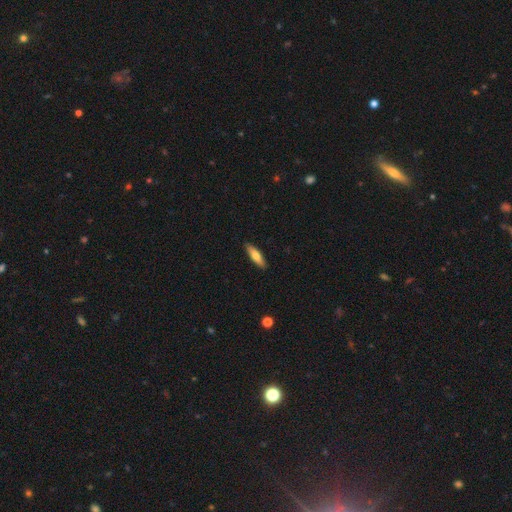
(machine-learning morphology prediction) Smooth or featured?
  - smooth: 68% *
  - featured or disk: 26%
  - star or artifact: 6%
How rounded?
  - cigar-shaped: 65% *
  - in between: 34%
  - round: 2%
Merging?
  - none: 89% *
  - minor disturbance: 8%
  - major disturbance: 2%
  - merger: 1%